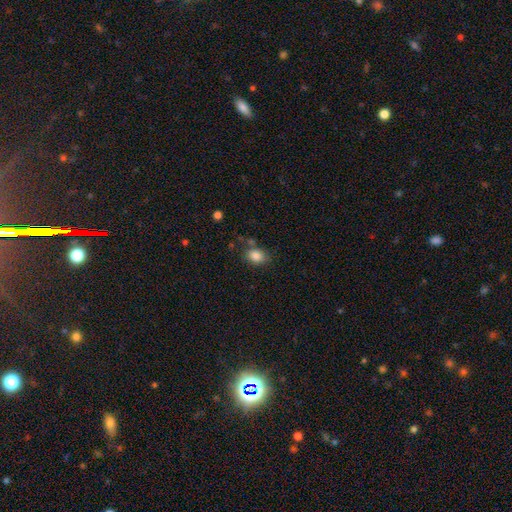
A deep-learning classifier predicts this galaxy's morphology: Q: Smooth or featured?
A: smooth (85%); runner-up: star or artifact (10%)
Q: How rounded?
A: in between (65%); runner-up: round (34%)
Q: Merging?
A: none (71%); runner-up: minor disturbance (17%)